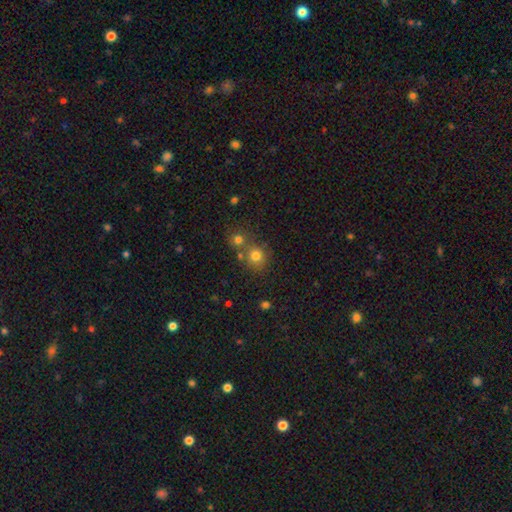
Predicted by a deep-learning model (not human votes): Q: Smooth or featured?
A: smooth (76%); runner-up: star or artifact (15%)
Q: How rounded?
A: round (85%); runner-up: in between (14%)
Q: Merging?
A: none (59%); runner-up: merger (30%)